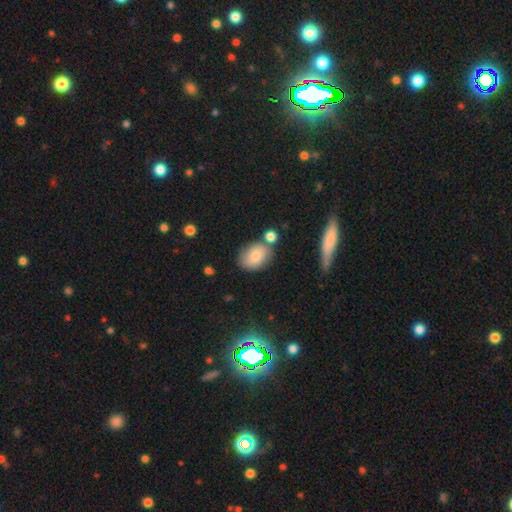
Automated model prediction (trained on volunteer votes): A smooth galaxy with no disk features (74%) that is in between round and cigar-shaped (64%). Merging: none (60%).